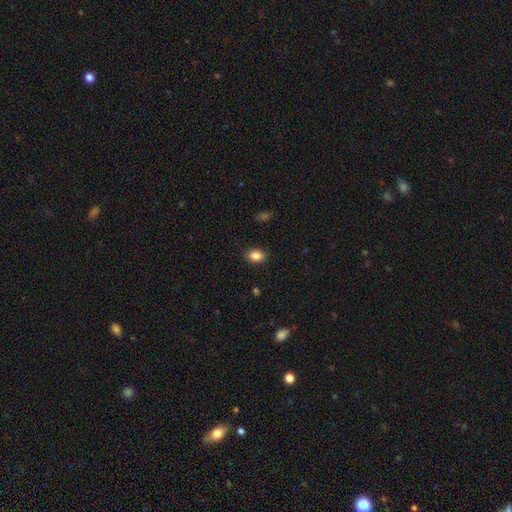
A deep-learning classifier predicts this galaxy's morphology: This is clearly a smooth galaxy (86%). How rounded: likely in between (78%). Merging: clearly none (88%).